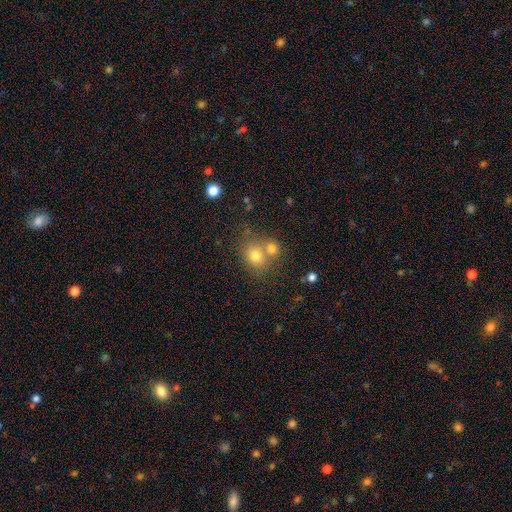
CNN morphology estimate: The model was most divided on "merging": none: 50%, merger: 38%, minor disturbance: 9%, major disturbance: 4%. More confident: smooth or featured — smooth (74%); how rounded — round (73%).